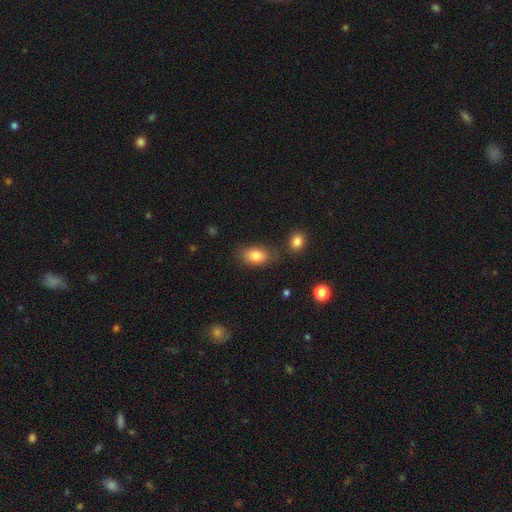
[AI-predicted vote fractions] This is clearly a smooth galaxy (83%). How rounded: clearly in between (88%). Merging: likely none (73%).